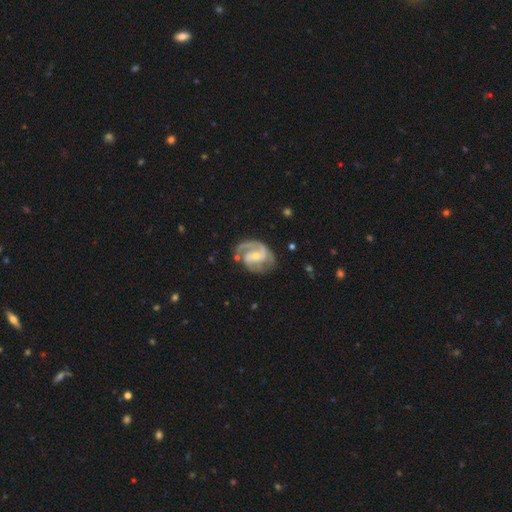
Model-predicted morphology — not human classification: Overall: featured or disk (88%). Edge-on disk: no (98%). Bar: weak (43%; no 39%). Spiral arms: yes (96%). Spiral arm count: 2 (79%). Spiral winding: medium (51%; tight 34%). Bulge size: small (57%; moderate 39%). Merging: none (66%).